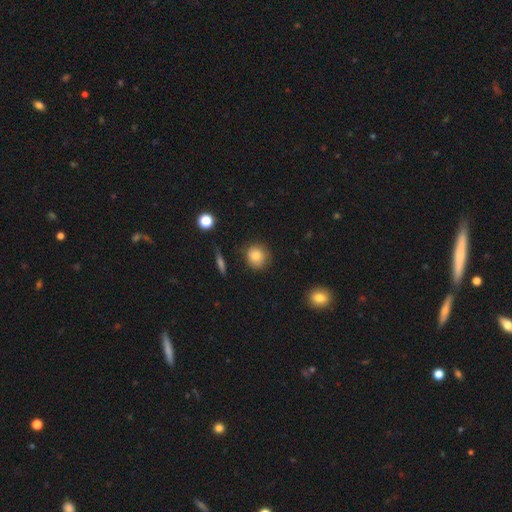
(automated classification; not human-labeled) Smooth or featured: smooth — 82% (star or artifact — 9%)
How rounded: round — 84% (in between — 15%)
Merging: none — 81% (minor disturbance — 13%)